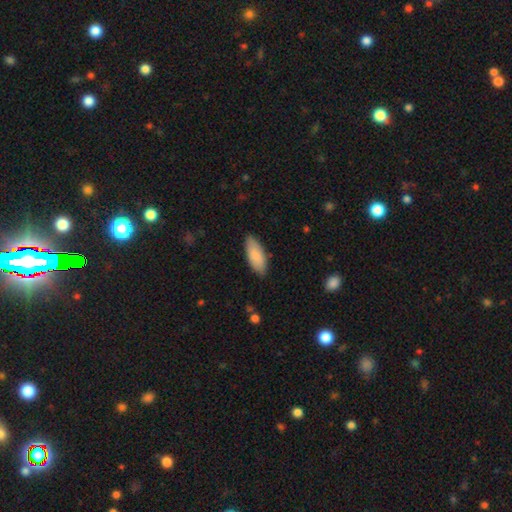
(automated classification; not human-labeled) A smooth galaxy with no disk features (85%) that is in between round and cigar-shaped (80%). Merging: none (85%).